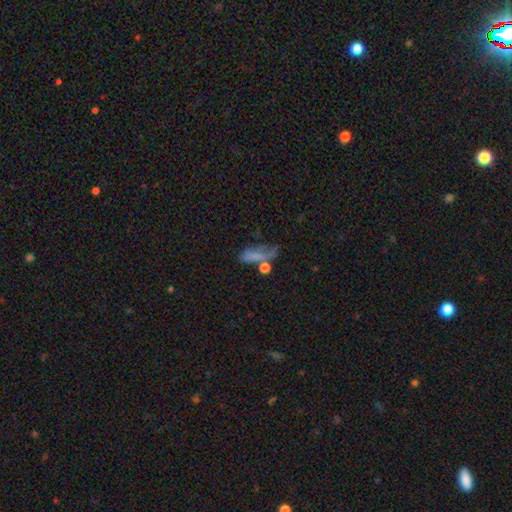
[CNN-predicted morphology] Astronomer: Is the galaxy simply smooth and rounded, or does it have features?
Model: smooth — 61%.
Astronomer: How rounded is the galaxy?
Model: in between — 51% (runner-up: cigar-shaped, 40%).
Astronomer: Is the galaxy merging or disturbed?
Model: none — 37% (runner-up: major disturbance, 24%).